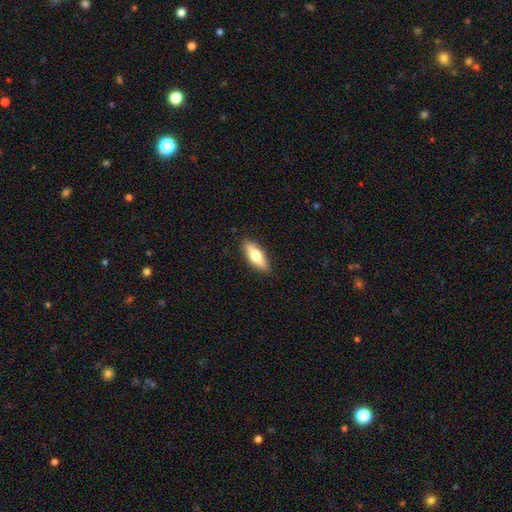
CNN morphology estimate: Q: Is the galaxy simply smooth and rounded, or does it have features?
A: smooth — 68%.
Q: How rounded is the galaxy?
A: in between — 59%.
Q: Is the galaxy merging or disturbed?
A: none — 88%.